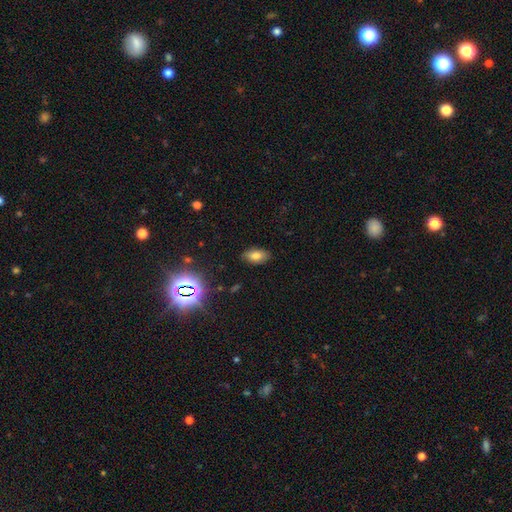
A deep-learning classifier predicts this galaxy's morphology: type=smooth (75%); roundness=in between (91%); merging=none (85%).